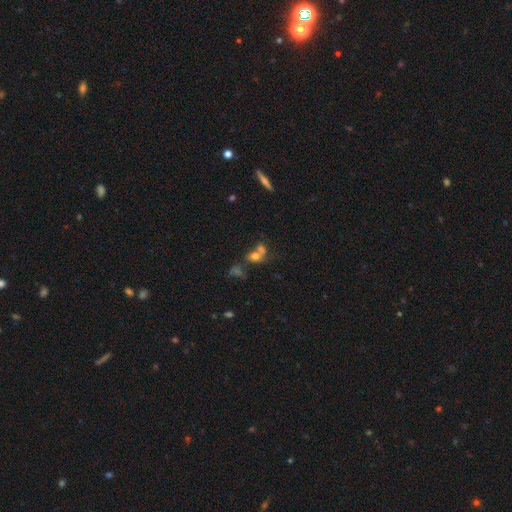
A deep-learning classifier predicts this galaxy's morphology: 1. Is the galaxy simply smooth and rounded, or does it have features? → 64% smooth, 19% featured or disk, 17% star or artifact.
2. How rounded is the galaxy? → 51% in between, 46% round, 3% cigar-shaped.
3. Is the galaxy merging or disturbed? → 58% merger, 28% none, 8% minor disturbance, 6% major disturbance.